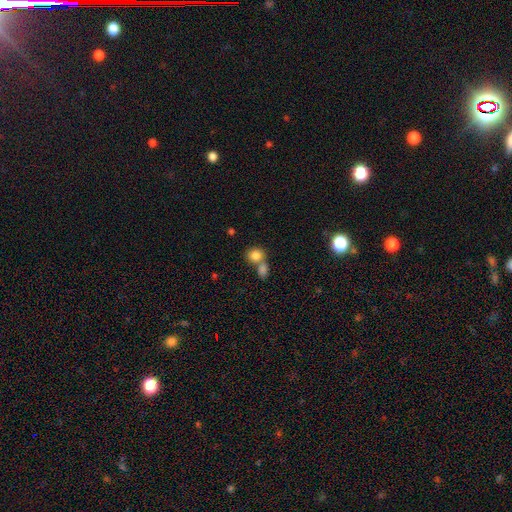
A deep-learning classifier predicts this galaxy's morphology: This is clearly a smooth galaxy (84%). How rounded: likely round (68%). Merging: possibly merger (50%).